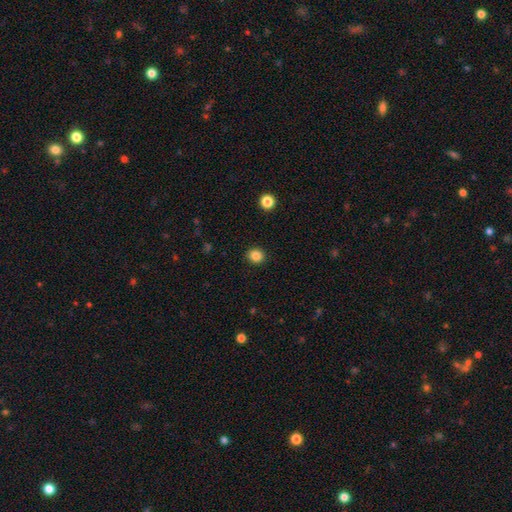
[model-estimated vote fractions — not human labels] Q: Smooth or featured?
A: smooth (85%); runner-up: star or artifact (11%)
Q: How rounded?
A: round (83%); runner-up: in between (16%)
Q: Merging?
A: none (91%); runner-up: minor disturbance (6%)